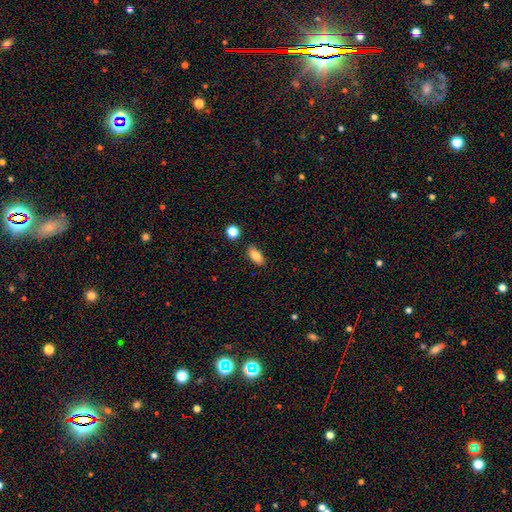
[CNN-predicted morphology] Smooth or featured? Predicted: smooth (p=0.81). How rounded? Predicted: in between (p=0.87). Merging? Predicted: none (p=0.85).